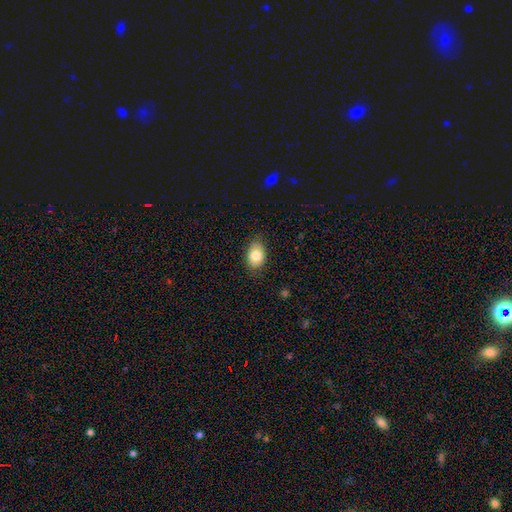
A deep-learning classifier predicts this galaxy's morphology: This appears to be a smooth galaxy with no disk features (83%) that is in between round and cigar-shaped (80%). Merging: none (78%).